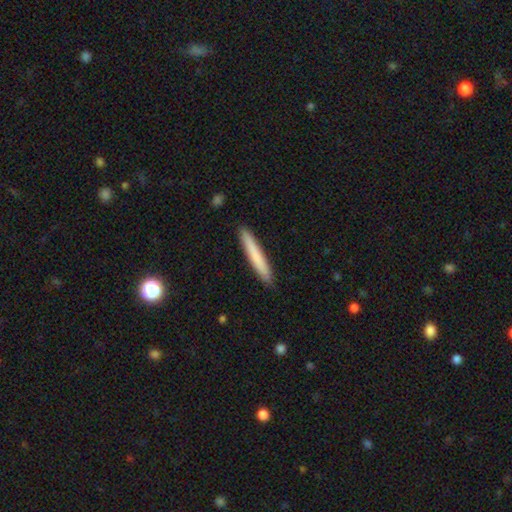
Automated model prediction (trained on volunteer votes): smooth 75%, featured or disk 19%, star or artifact 5%. Down the decision tree: how rounded — cigar-shaped (96%); merging — none (91%).